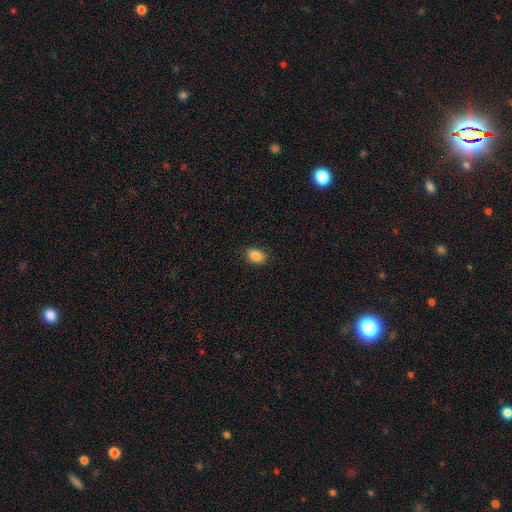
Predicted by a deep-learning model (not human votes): The model was most divided on "how rounded": in between: 80%, round: 19%, cigar-shaped: 1%. More confident: smooth or featured — smooth (87%); merging — none (87%).